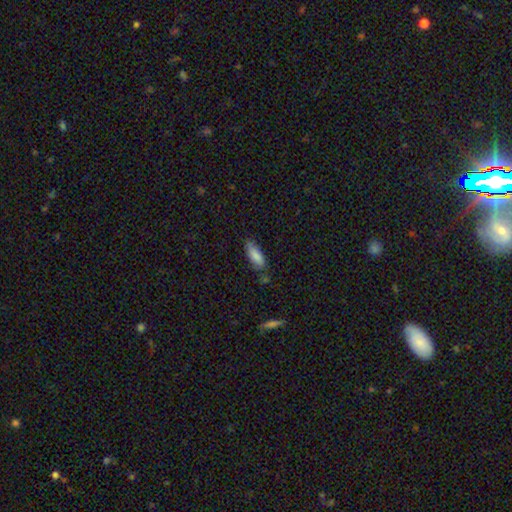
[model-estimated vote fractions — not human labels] A smooth galaxy with no disk features (84%) that is in between round and cigar-shaped (69%).

Vote fractions:
- Smooth or featured? smooth: 84% / featured or disk: 9% / star or artifact: 7%
- How rounded? in between: 69% / cigar-shaped: 30% / round: 2%
- Merging? none: 66% / minor disturbance: 25% / major disturbance: 5% / merger: 5%